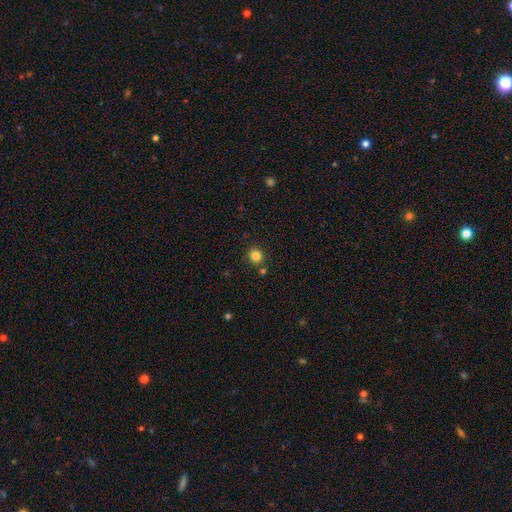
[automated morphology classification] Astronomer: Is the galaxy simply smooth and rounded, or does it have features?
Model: smooth — 83%.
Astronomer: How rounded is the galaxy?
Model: round — 86%.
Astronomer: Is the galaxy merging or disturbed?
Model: none — 85%.